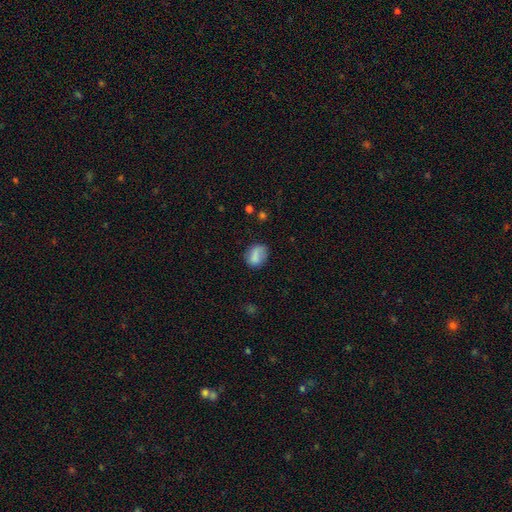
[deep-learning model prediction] A smooth galaxy with no disk features (79%) that is in between round and cigar-shaped (62%). Merging: none (62%).